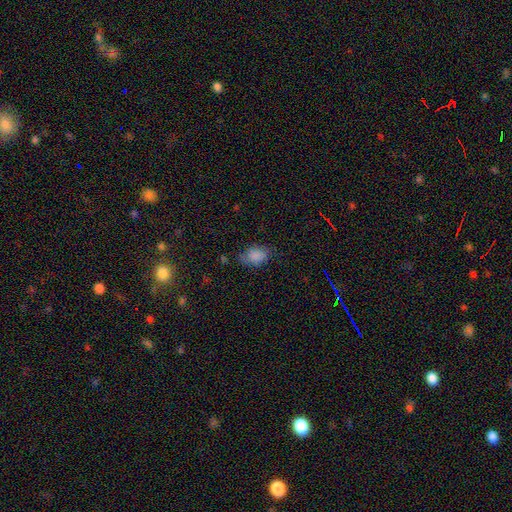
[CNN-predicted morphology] Overall: smooth (82%). How rounded: in between (82%). Merging: none (63%; minor disturbance 27%).